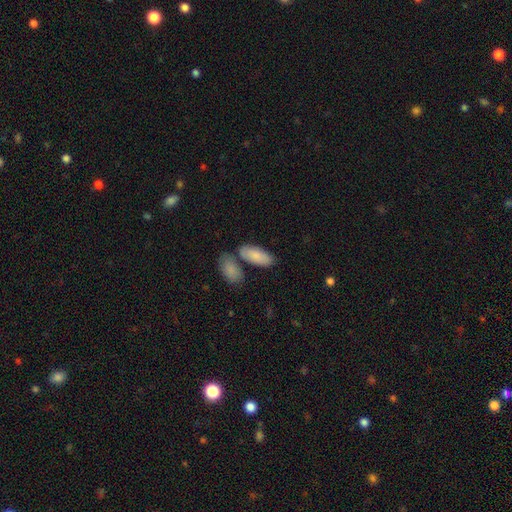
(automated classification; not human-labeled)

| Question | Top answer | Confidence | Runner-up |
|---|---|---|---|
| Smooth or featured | smooth | 85% | featured or disk (10%) |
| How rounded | in between | 88% | cigar-shaped (10%) |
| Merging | none | 61% | merger (22%) |